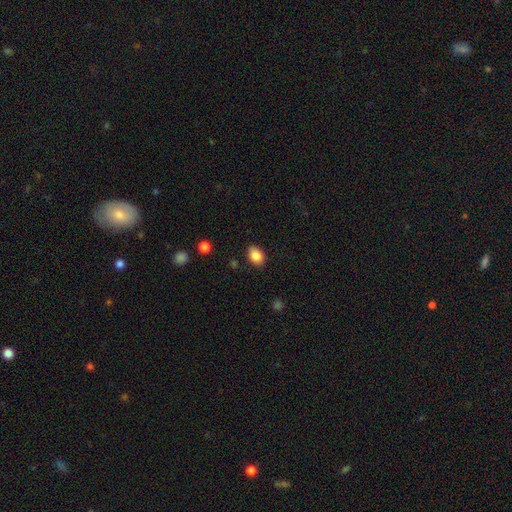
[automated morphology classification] type=smooth (86%); roundness=in between (79%); merging=none (85%).